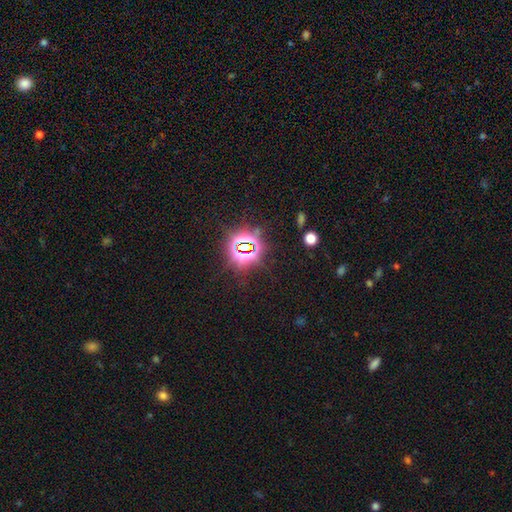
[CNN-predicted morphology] Smooth or featured? Predicted: star or artifact (p=0.81).